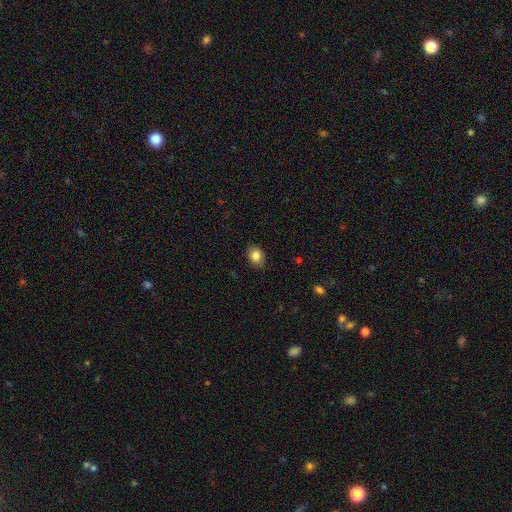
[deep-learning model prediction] Smooth or featured?
  - smooth: 84% *
  - star or artifact: 9%
  - featured or disk: 7%
How rounded?
  - in between: 50% *
  - round: 49%
  - cigar-shaped: 1%
Merging?
  - none: 84% *
  - minor disturbance: 12%
  - major disturbance: 2%
  - merger: 1%